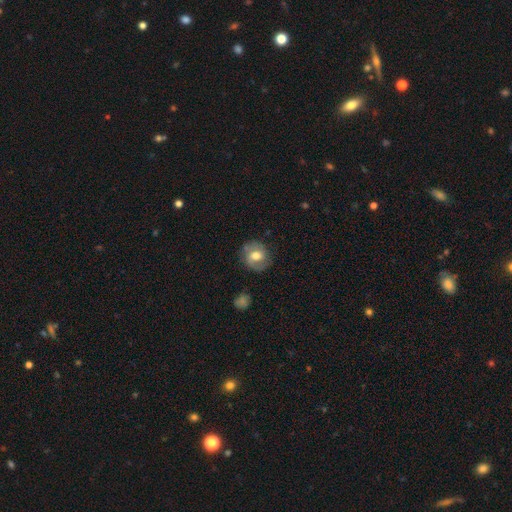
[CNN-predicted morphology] Q: Smooth or featured?
A: featured or disk (51%); runner-up: smooth (41%)
Q: Edge-on disk?
A: no (97%); runner-up: yes (3%)
Q: Merging?
A: none (77%); runner-up: minor disturbance (16%)